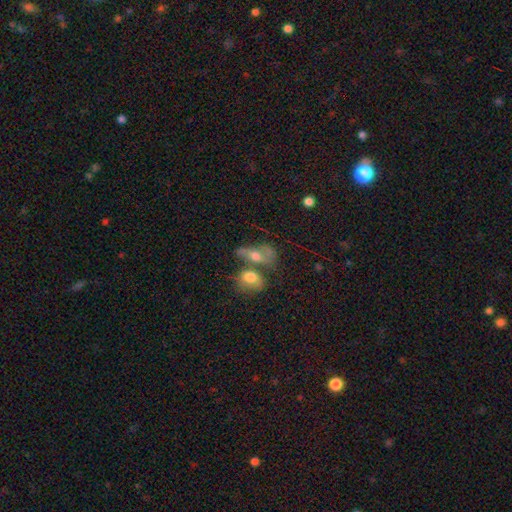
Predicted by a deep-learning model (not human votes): smooth 54%, featured or disk 33%, star or artifact 13%. Down the decision tree: how rounded — in between (73%); merging — merger (48%).